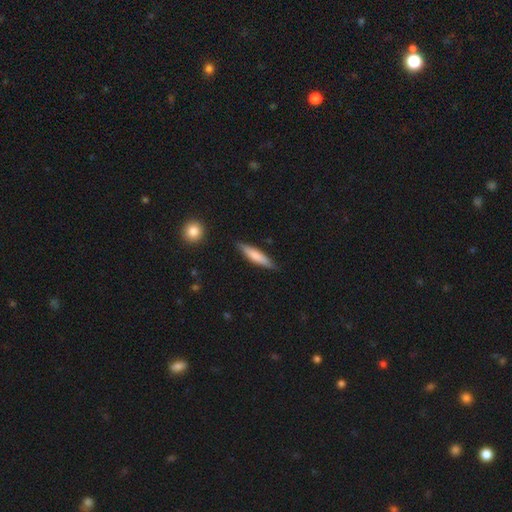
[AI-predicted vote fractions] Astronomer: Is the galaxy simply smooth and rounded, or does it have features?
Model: smooth — 68%.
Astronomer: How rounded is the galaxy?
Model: cigar-shaped — 83%.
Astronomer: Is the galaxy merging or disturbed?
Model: none — 85%.